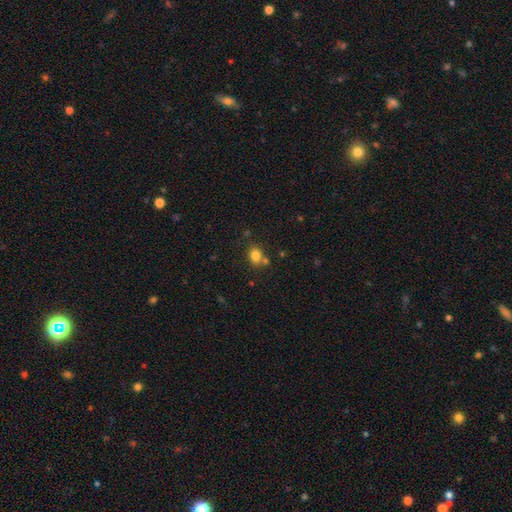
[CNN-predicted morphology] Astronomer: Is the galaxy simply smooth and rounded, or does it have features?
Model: smooth — 80%.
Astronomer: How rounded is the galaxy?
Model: round — 50% (runner-up: in between, 49%).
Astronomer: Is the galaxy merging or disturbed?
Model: none — 67%.